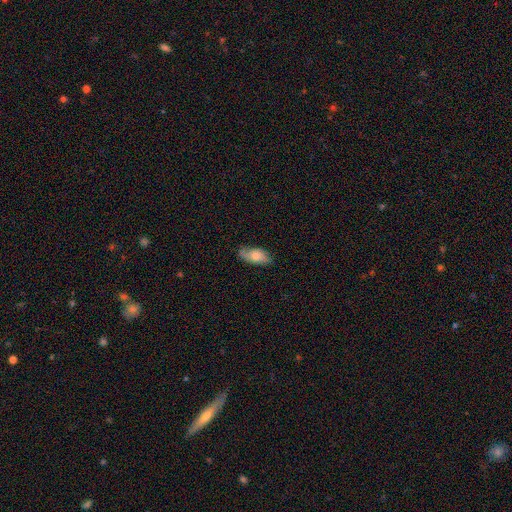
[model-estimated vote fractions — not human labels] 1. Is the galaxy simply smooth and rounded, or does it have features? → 64% smooth, 29% featured or disk, 7% star or artifact.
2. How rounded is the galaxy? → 86% in between, 11% cigar-shaped, 3% round.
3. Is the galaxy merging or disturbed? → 69% none, 24% minor disturbance, 6% major disturbance, 2% merger.